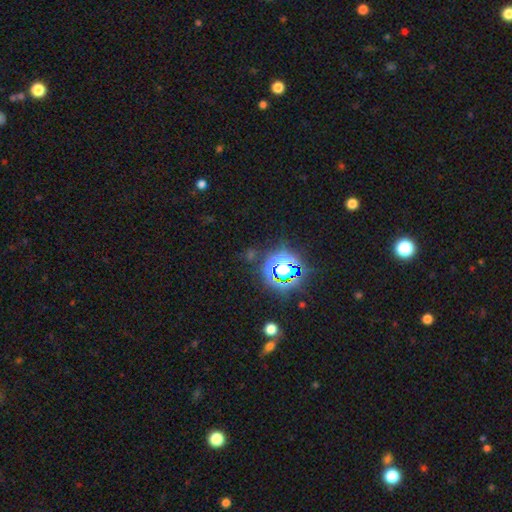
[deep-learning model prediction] Smooth or featured? star or artifact (72%)